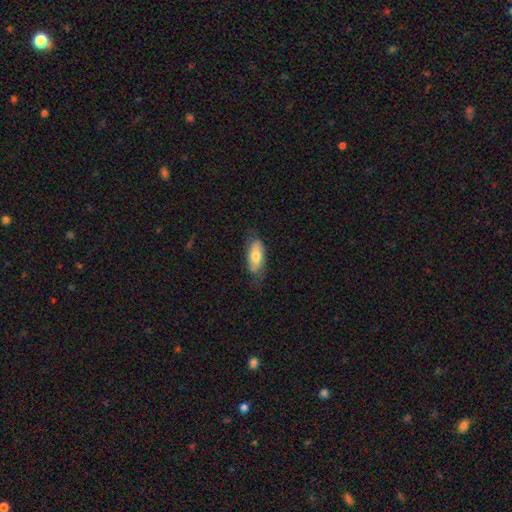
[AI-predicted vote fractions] Smooth or featured? smooth (68%)
How rounded? in between (82%)
Merging? none (70%)